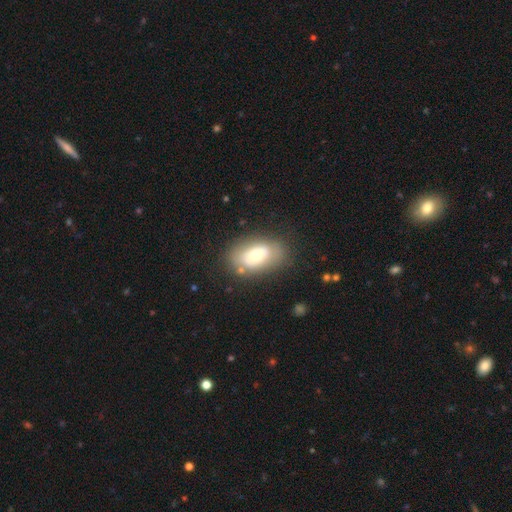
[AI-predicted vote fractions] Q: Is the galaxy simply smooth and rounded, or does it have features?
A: smooth — 51%.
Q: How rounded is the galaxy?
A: in between — 87%.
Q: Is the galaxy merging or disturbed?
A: none — 71%.